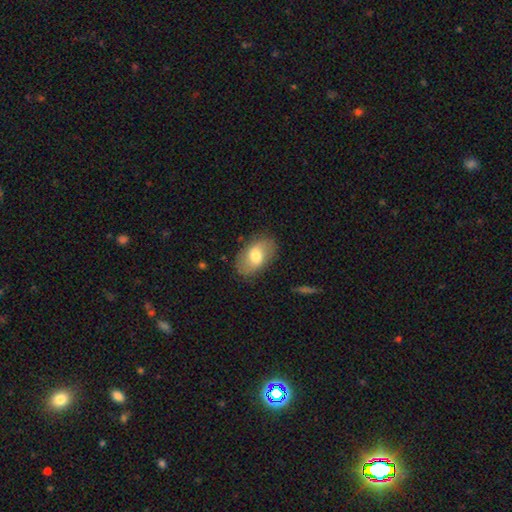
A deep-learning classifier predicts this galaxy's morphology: Smooth or featured? smooth (62%)
How rounded? in between (89%)
Merging? none (81%)